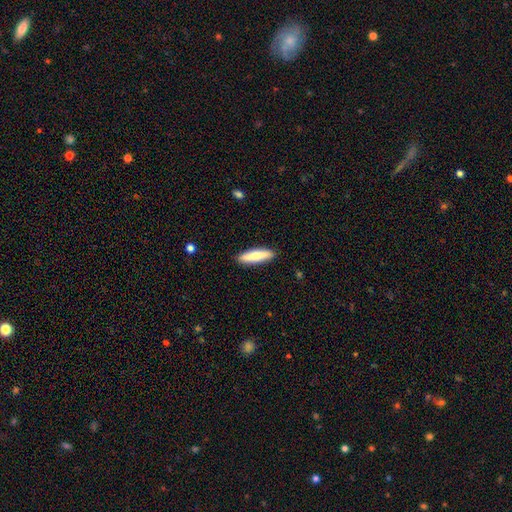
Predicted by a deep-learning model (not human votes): Overall: smooth (70%). How rounded: cigar-shaped (72%). Merging: none (90%).